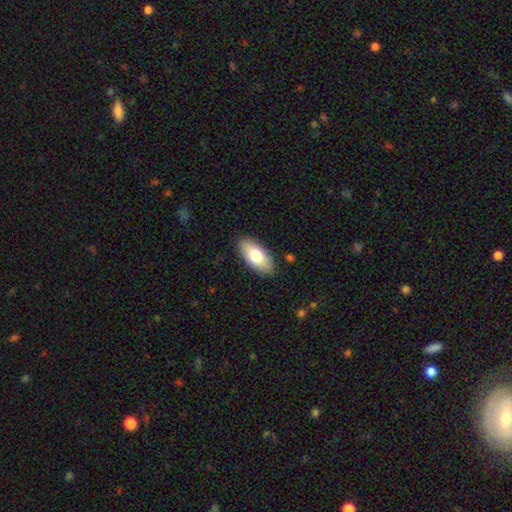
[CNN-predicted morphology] A smooth galaxy with no disk features (76%) that is in between round and cigar-shaped (91%). Merging: none (87%).